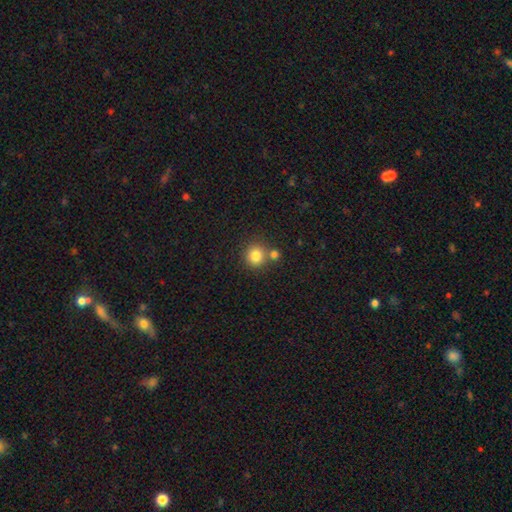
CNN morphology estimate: smooth-or-featured: smooth: 83% | star or artifact: 11% | featured or disk: 6%
  how-rounded: round: 89% | in between: 10% | cigar-shaped: 1%
  merging: none: 67% | merger: 22% | minor disturbance: 8% | major disturbance: 3%